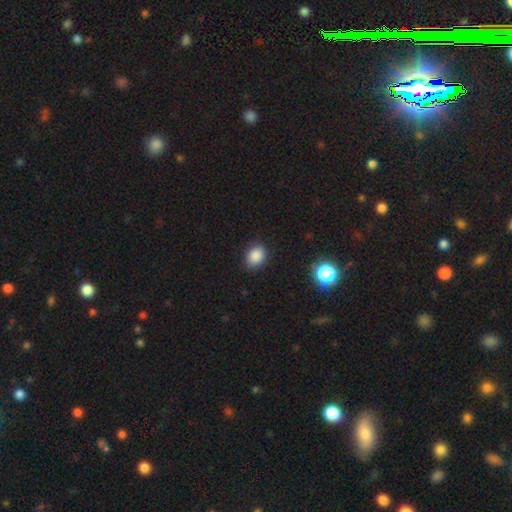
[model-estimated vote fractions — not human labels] smooth 86%, star or artifact 11%, featured or disk 4%. Down the decision tree: how rounded — in between (55%); merging — none (85%).